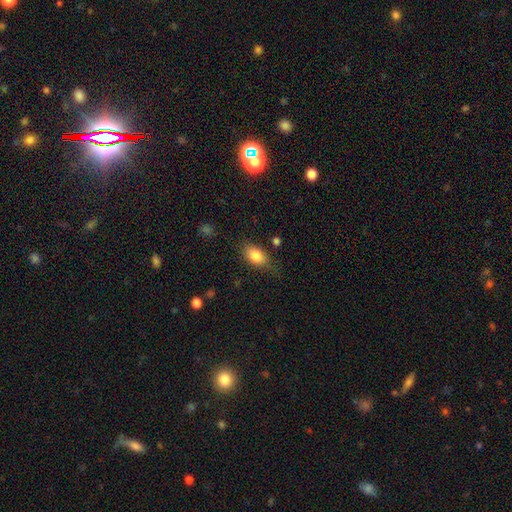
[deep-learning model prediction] A smooth galaxy with no disk features (84%) that is in between round and cigar-shaped (88%). Merging: none (71%).